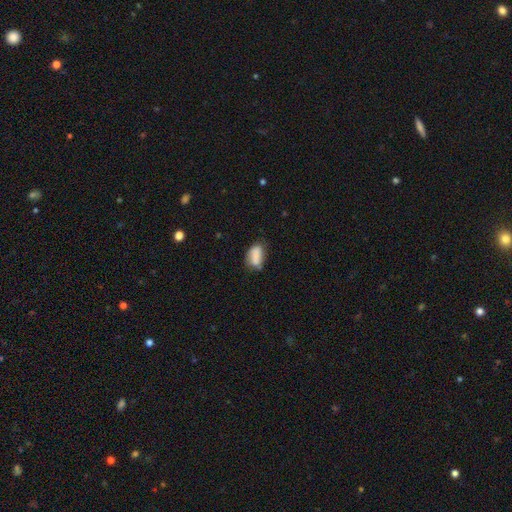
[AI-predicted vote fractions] Overall: smooth (76%). How rounded: in between (87%). Merging: none (51%; minor disturbance 28%).